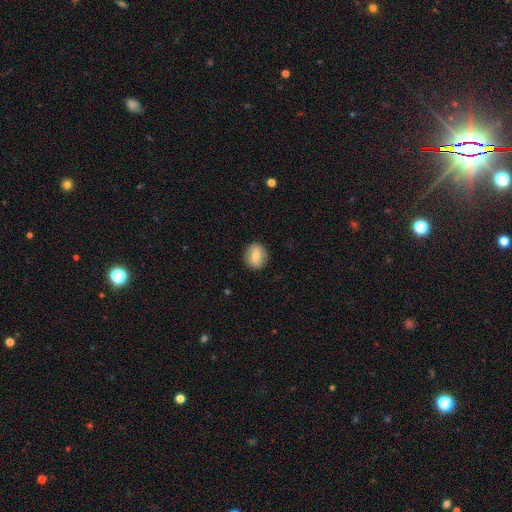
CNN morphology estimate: Smooth or featured? smooth (73%)
How rounded? round (66%)
Merging? none (88%)